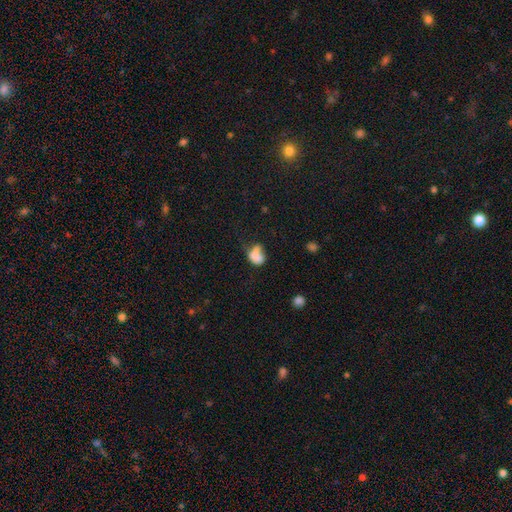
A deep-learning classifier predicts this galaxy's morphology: Smooth or featured? smooth (69%)
How rounded? in between (72%)
Merging? merger (30%)